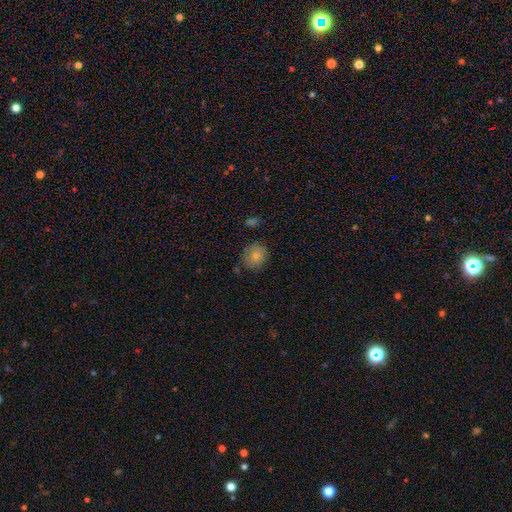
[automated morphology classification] Smooth or featured: smooth — 78% (featured or disk — 13%)
How rounded: round — 70% (in between — 29%)
Merging: none — 72% (minor disturbance — 20%)